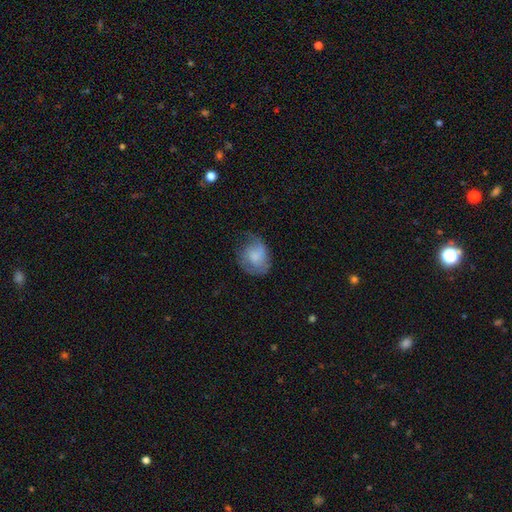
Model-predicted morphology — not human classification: This is possibly a smooth galaxy (58%). How rounded: possibly round (55%). Merging: marginally none (43%).